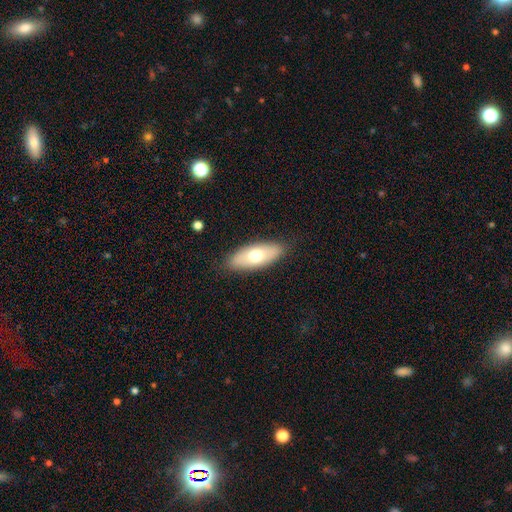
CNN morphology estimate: Overall: smooth (65%; featured or disk 28%). How rounded: in between (80%). Merging: none (86%).